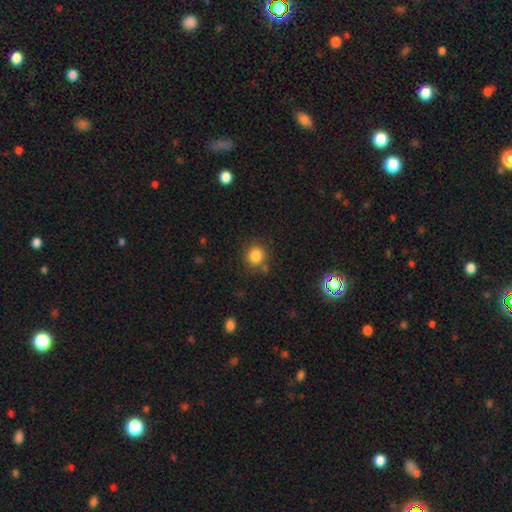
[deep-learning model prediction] Q: Smooth or featured?
A: smooth (84%); runner-up: star or artifact (11%)
Q: How rounded?
A: round (85%); runner-up: in between (14%)
Q: Merging?
A: none (79%); runner-up: minor disturbance (12%)